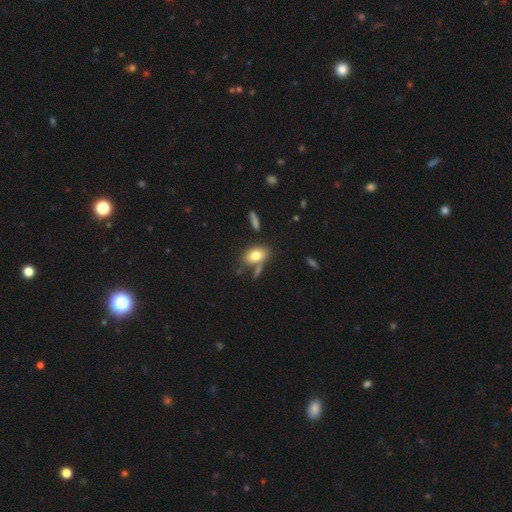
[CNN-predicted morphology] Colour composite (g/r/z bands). It shows a smooth galaxy with no disk features (78%) that is in between round and cigar-shaped (83%). Merging: none (64%).